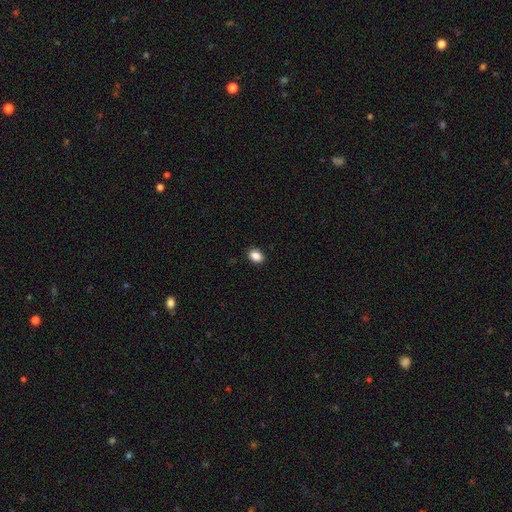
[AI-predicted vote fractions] Morphology: type=smooth (88%); roundness=in between (76%); merging=none (90%).